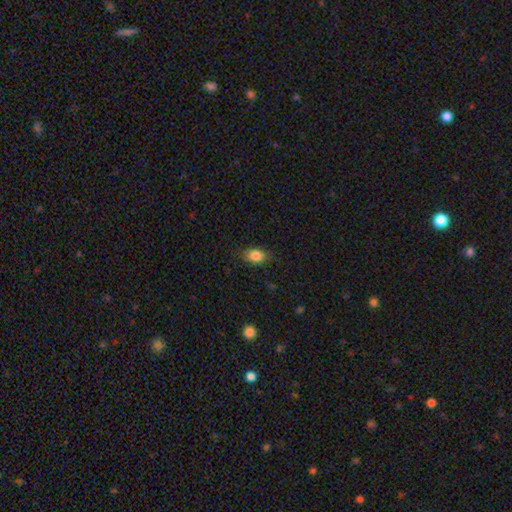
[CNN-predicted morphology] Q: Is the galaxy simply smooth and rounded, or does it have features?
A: smooth — 84%.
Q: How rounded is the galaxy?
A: in between — 80%.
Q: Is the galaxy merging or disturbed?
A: none — 81%.